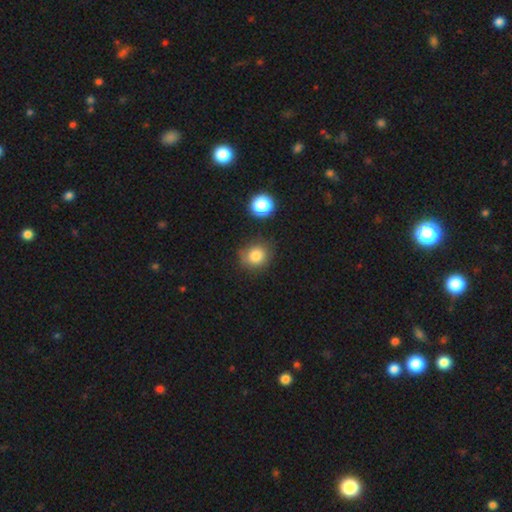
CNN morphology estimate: smooth 83%, star or artifact 11%, featured or disk 6%. Down the decision tree: how rounded — round (78%); merging — none (77%).